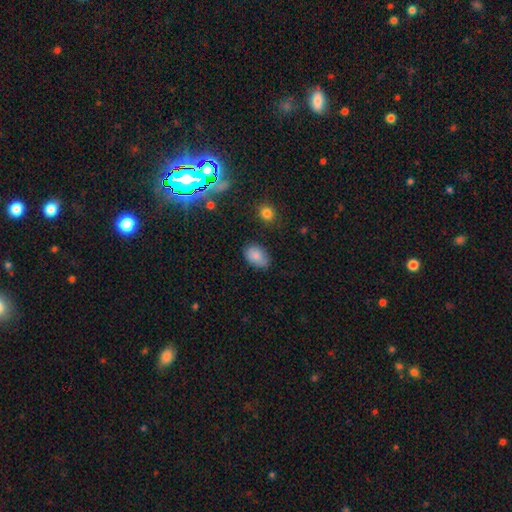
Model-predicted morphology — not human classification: smooth-or-featured: smooth: 84% | star or artifact: 9% | featured or disk: 8%
  how-rounded: in between: 85% | round: 13% | cigar-shaped: 1%
  merging: none: 77% | minor disturbance: 17% | major disturbance: 3% | merger: 2%